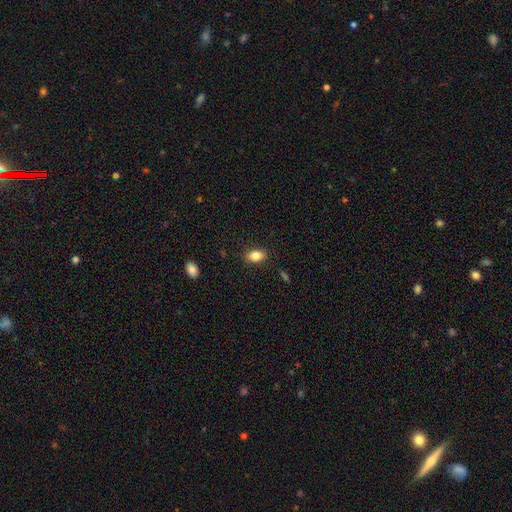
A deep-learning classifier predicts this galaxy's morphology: Q: Smooth or featured?
A: smooth (84%); runner-up: star or artifact (9%)
Q: How rounded?
A: in between (83%); runner-up: round (15%)
Q: Merging?
A: none (87%); runner-up: minor disturbance (10%)